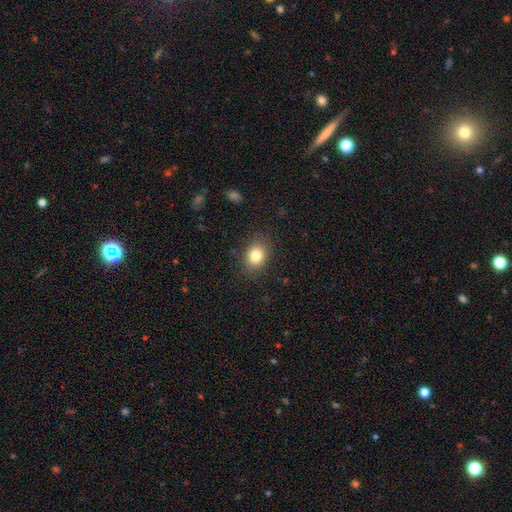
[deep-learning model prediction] smooth_or_featured: smooth (p=0.82) [alt: star or artifact p=0.11]
how_rounded: in between (p=0.51) [alt: round p=0.48]
merging: none (p=0.85) [alt: minor disturbance p=0.11]